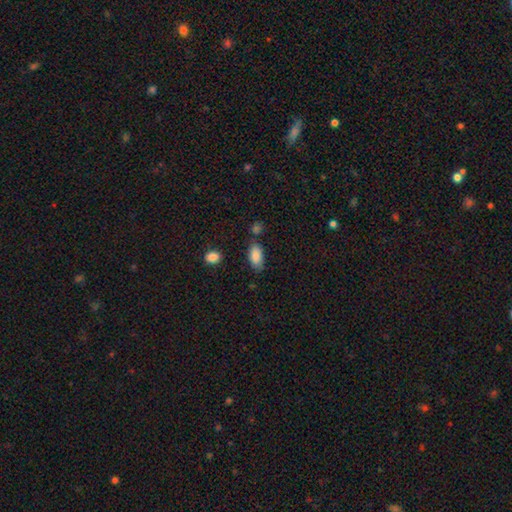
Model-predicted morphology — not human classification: This appears to be a smooth galaxy with no disk features (85%) that is in between round and cigar-shaped (92%). Merging: none (69%).